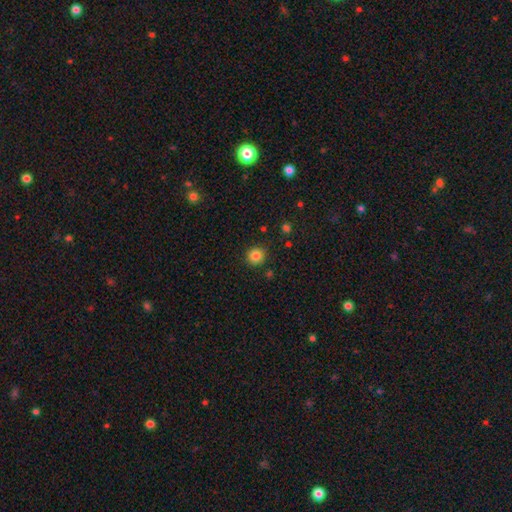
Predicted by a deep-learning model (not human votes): Smooth or featured: smooth — 84% (star or artifact — 12%)
How rounded: round — 91% (in between — 8%)
Merging: none — 88% (minor disturbance — 8%)